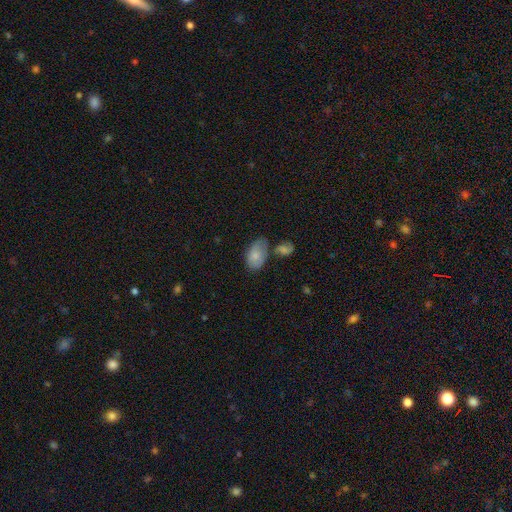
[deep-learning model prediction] Smooth or featured? Predicted: smooth (p=0.78). How rounded? Predicted: in between (p=0.91). Merging? Predicted: none (p=0.44).